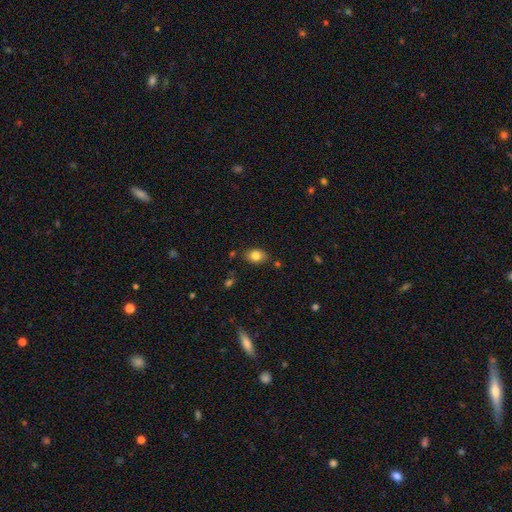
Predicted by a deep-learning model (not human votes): Smooth or featured: smooth — 82% (star or artifact — 9%)
How rounded: in between — 73% (round — 26%)
Merging: none — 80% (minor disturbance — 13%)